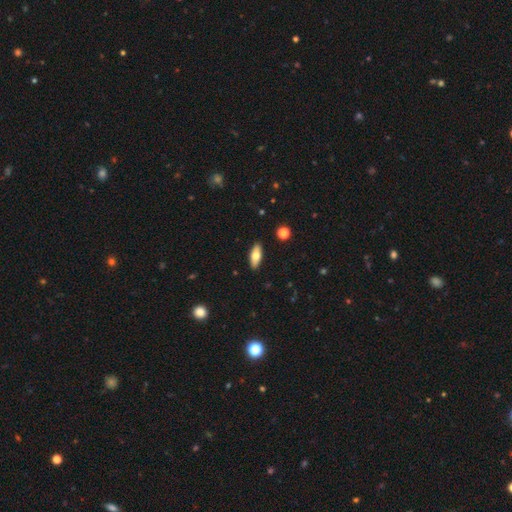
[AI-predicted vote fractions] smooth-or-featured: smooth: 69% | featured or disk: 24% | star or artifact: 7%
  how-rounded: in between: 75% | cigar-shaped: 22% | round: 3%
  merging: none: 89% | minor disturbance: 8% | major disturbance: 2% | merger: 1%